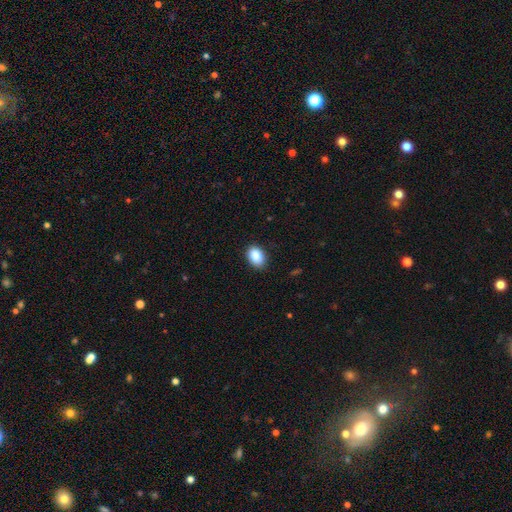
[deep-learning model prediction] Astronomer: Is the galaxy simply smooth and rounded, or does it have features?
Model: smooth — 87%.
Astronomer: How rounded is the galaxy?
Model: in between — 83%.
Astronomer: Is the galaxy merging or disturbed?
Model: none — 87%.